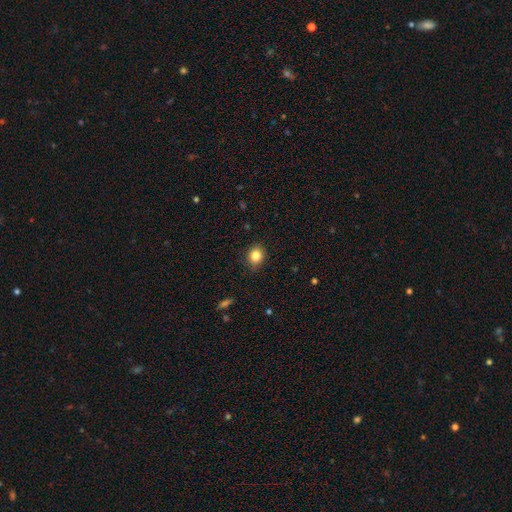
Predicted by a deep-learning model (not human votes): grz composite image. It shows a smooth galaxy with no disk features (84%) that is round (64%). Merging: none (83%).